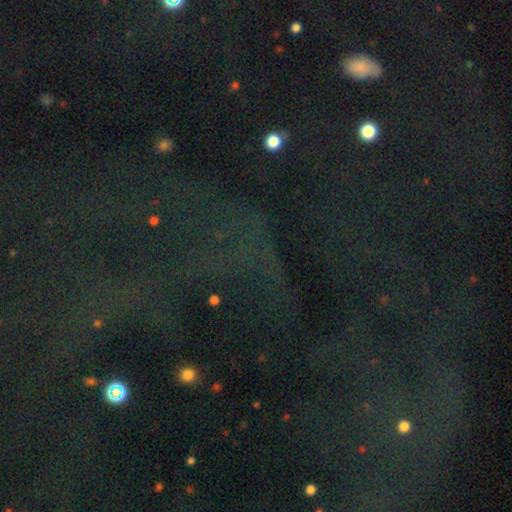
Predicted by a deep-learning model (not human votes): A star or artifact, not a galaxy (76%).